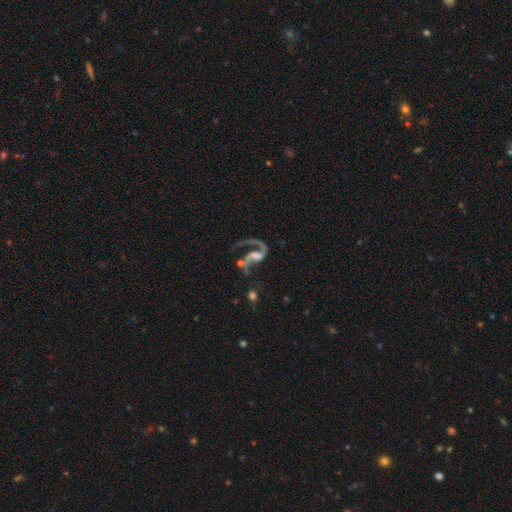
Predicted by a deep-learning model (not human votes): This is clearly a featured or disk galaxy (85%). It is clearly not viewed edge-on (98%). Bar: marginally no (41%). Spiral arm pattern: clearly yes (94%). Spiral arm count: likely 2 (71%). Spiral winding: likely loose (63%). Central bulge: marginally none (36%). Merging: marginally none (37%).